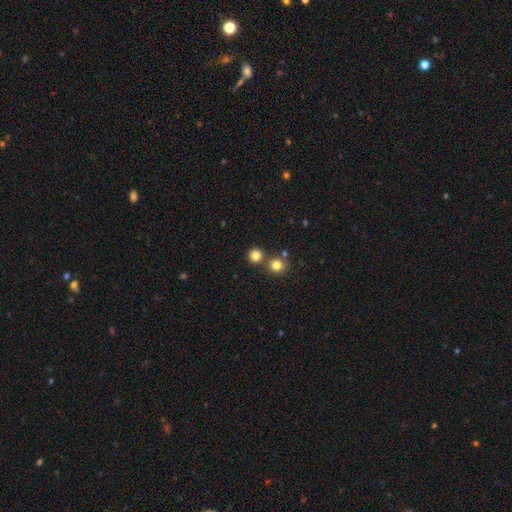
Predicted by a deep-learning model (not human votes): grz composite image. It shows a smooth galaxy with no disk features (82%) that is round (92%). Merging: none (74%).